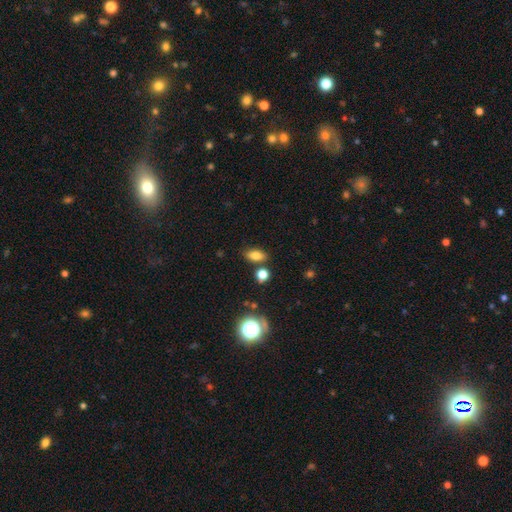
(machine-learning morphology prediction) Q: Smooth or featured?
A: smooth (79%); runner-up: star or artifact (13%)
Q: How rounded?
A: in between (83%); runner-up: round (10%)
Q: Merging?
A: none (79%); runner-up: minor disturbance (10%)